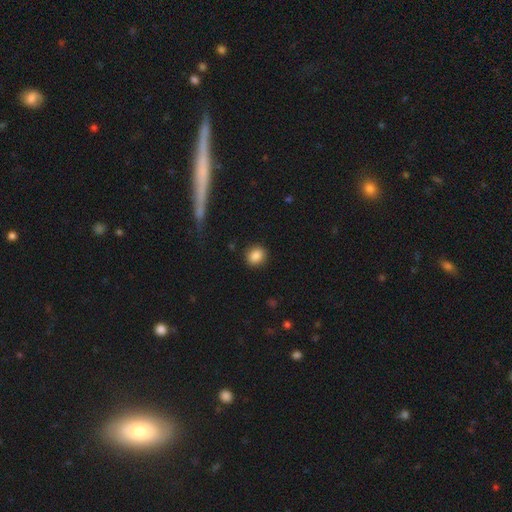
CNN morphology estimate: Smooth or featured? Predicted: smooth (p=0.87). How rounded? Predicted: round (p=0.74). Merging? Predicted: none (p=0.88).